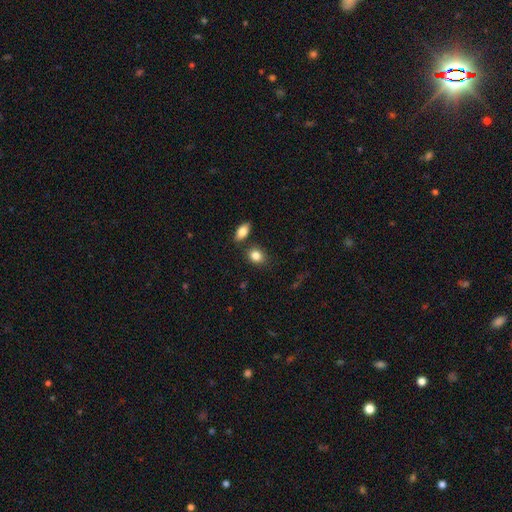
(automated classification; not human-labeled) The model was most divided on "how rounded": in between: 58%, round: 40%, cigar-shaped: 2%. More confident: smooth or featured — smooth (85%); merging — none (75%).